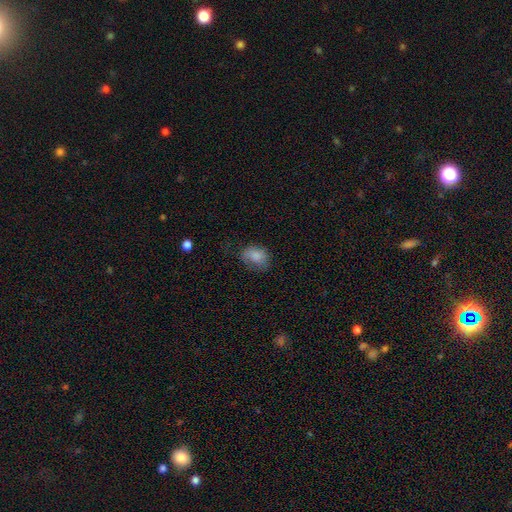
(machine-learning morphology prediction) Smooth or featured?
  - smooth: 82% *
  - featured or disk: 9%
  - star or artifact: 9%
How rounded?
  - in between: 64% *
  - round: 34%
  - cigar-shaped: 1%
Merging?
  - none: 60% *
  - minor disturbance: 27%
  - major disturbance: 11%
  - merger: 2%